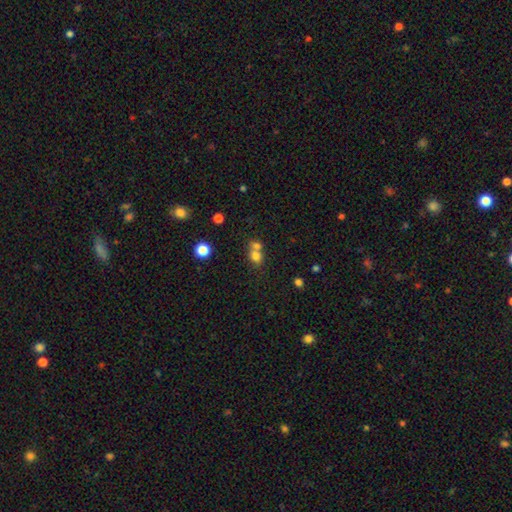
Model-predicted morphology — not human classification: smooth 75%, star or artifact 13%, featured or disk 11%. Down the decision tree: how rounded — round (70%); merging — merger (57%).